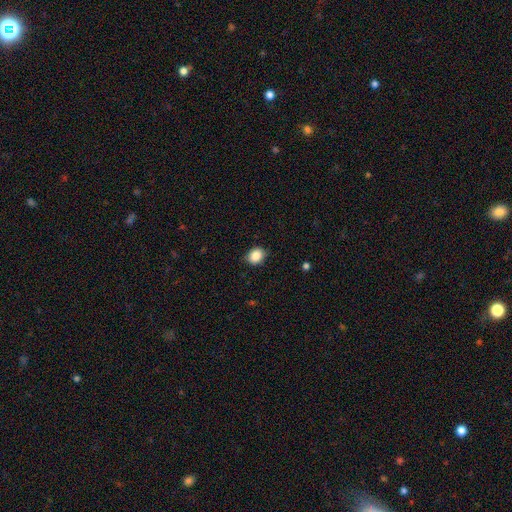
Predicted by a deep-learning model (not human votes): Smooth or featured? Predicted: smooth (p=0.86). How rounded? Predicted: in between (p=0.54). Merging? Predicted: none (p=0.82).